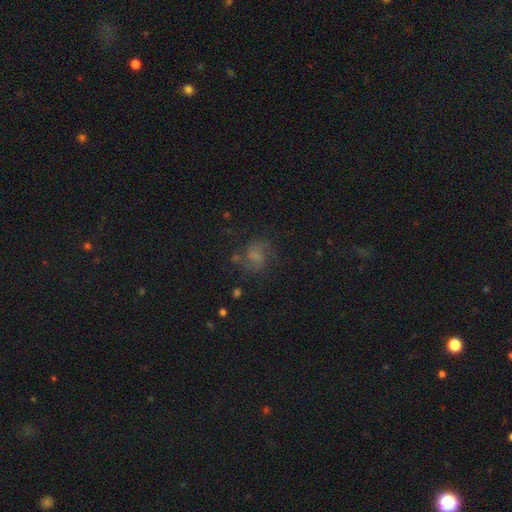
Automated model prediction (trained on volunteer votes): Smooth or featured?
  - featured or disk: 53% *
  - smooth: 30%
  - star or artifact: 18%
Edge-on disk?
  - no: 97% *
  - yes: 3%
Bar?
  - no: 53% *
  - weak: 39%
  - strong: 8%
Spiral arms?
  - yes: 85% *
  - no: 15%
Bulge size?
  - none: 36% *
  - small: 28%
  - moderate: 25%
  - large: 9%
  - dominant: 2%
Merging?
  - none: 63% *
  - minor disturbance: 18%
  - major disturbance: 15%
  - merger: 4%